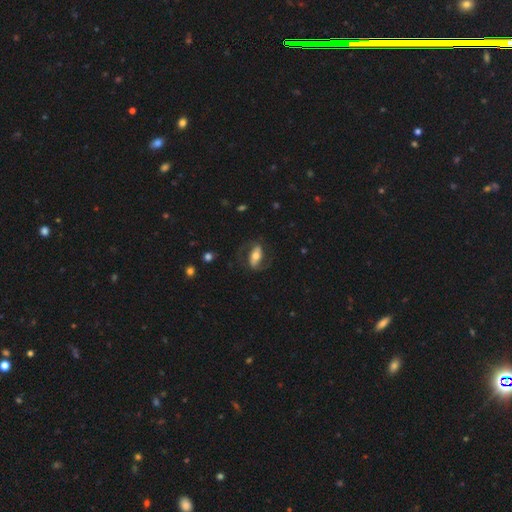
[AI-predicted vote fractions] Morphology: type=featured or disk (60%); edge-on=no (87%); bar=strong (50%); spiral arms=yes (78%); bulge=moderate (63%); merging=none (67%).